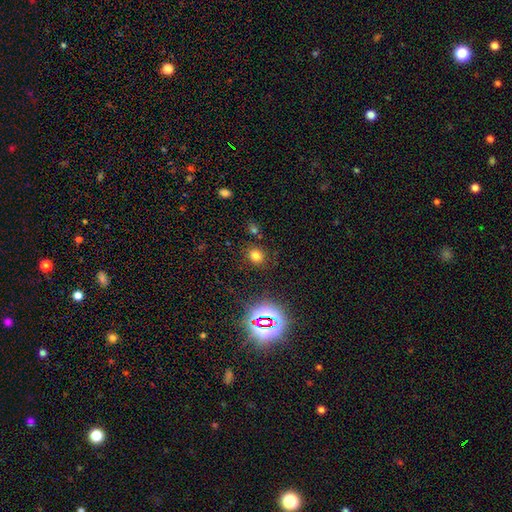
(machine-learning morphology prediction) The model was most divided on "how rounded": round: 73%, in between: 26%, cigar-shaped: 1%. More confident: merging — none (82%); smooth or featured — smooth (72%).